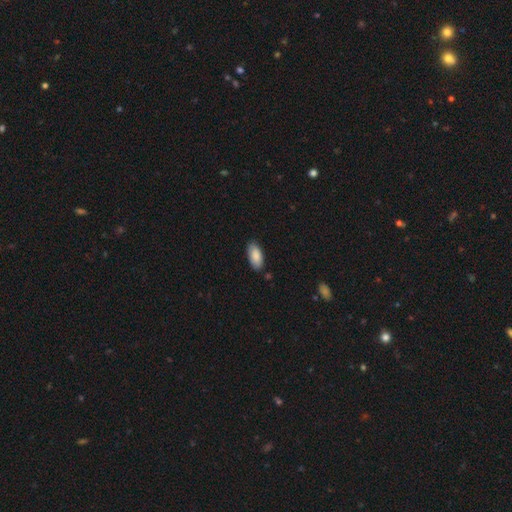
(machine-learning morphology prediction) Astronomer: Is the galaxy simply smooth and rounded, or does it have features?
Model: smooth — 87%.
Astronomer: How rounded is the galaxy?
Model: in between — 92%.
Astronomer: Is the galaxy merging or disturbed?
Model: none — 82%.